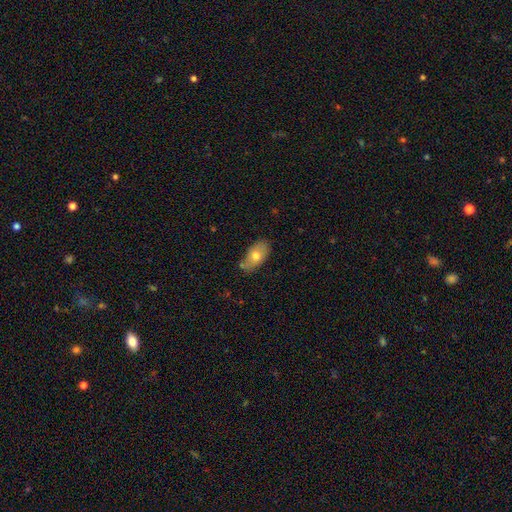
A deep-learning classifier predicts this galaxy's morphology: Smooth or featured? Predicted: smooth (p=0.72). How rounded? Predicted: in between (p=0.92). Merging? Predicted: none (p=0.69).